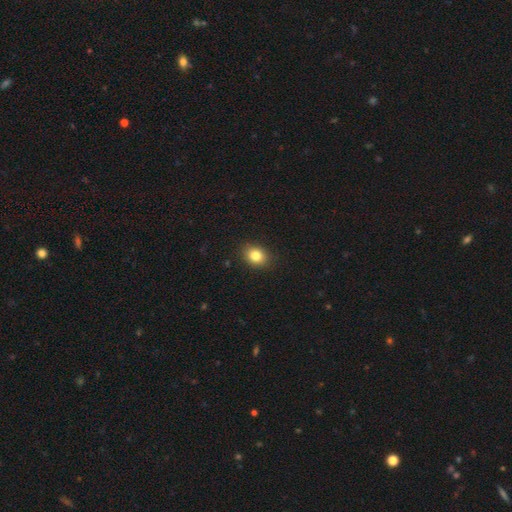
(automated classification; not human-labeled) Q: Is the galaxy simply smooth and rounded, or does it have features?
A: smooth — 83%.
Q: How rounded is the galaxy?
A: in between — 54%.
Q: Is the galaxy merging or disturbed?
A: none — 88%.